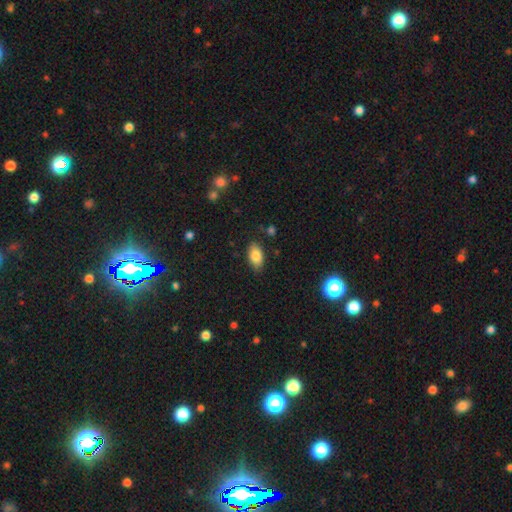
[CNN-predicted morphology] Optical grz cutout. It shows a smooth galaxy with no disk features (83%) that is in between round and cigar-shaped (91%). Merging: none (84%).